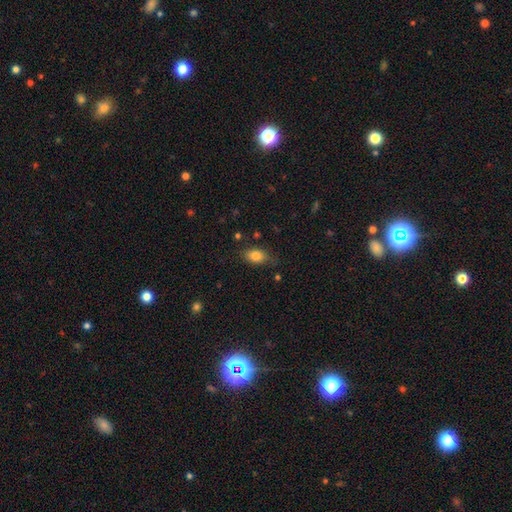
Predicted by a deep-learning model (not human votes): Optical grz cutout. It shows a smooth galaxy with no disk features (82%) that is in between round and cigar-shaped (84%). Merging: none (74%).